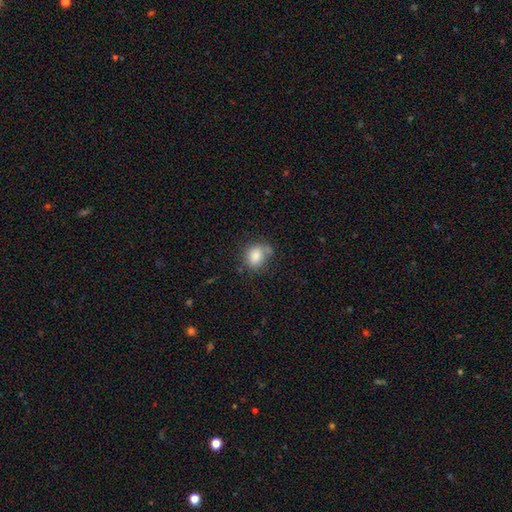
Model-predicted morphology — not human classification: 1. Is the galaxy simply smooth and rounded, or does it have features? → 82% smooth, 9% star or artifact, 9% featured or disk.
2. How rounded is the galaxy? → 50% round, 49% in between, 1% cigar-shaped.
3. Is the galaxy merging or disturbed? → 54% none, 27% minor disturbance, 10% major disturbance, 10% merger.